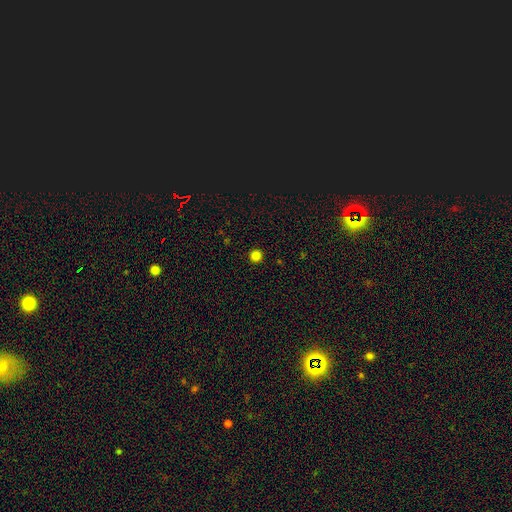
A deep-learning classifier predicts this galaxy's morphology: The model was most divided on "smooth or featured": smooth: 83%, star or artifact: 14%, featured or disk: 3%. More confident: how rounded — round (96%); merging — none (93%).